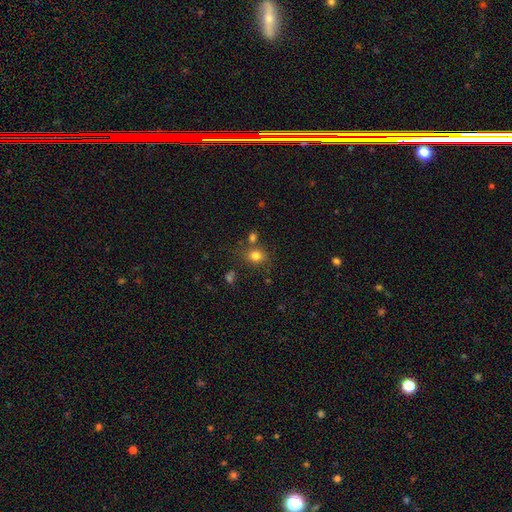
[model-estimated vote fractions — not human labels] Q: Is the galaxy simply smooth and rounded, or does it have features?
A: smooth — 79%.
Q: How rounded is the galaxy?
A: round — 55%.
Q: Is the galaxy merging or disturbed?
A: none — 68%.